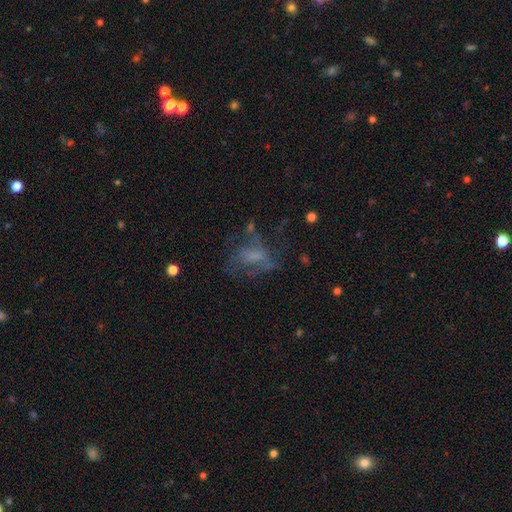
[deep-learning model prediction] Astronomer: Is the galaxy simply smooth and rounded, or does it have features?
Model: featured or disk — 46% (runner-up: smooth, 36%).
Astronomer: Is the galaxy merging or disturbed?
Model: none — 40% (runner-up: major disturbance, 37%).